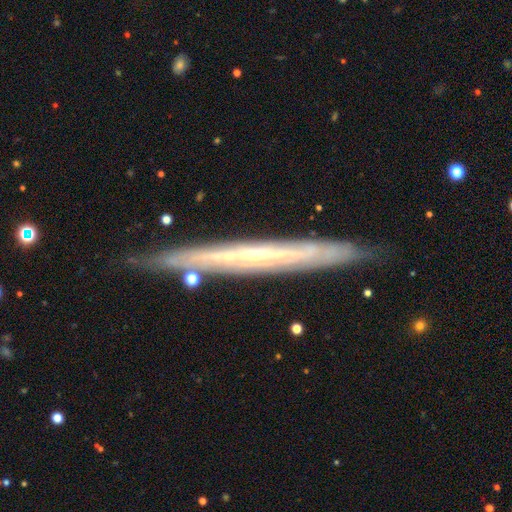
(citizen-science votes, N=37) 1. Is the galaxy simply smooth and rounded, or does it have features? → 78% featured or disk, 16% smooth, 5% star or artifact.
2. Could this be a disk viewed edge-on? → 100% yes, 0% no.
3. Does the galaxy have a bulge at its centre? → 55% none, 38% rounded, 7% boxy.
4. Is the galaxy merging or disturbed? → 77% none, 20% minor disturbance, 3% major disturbance, 0% merger.